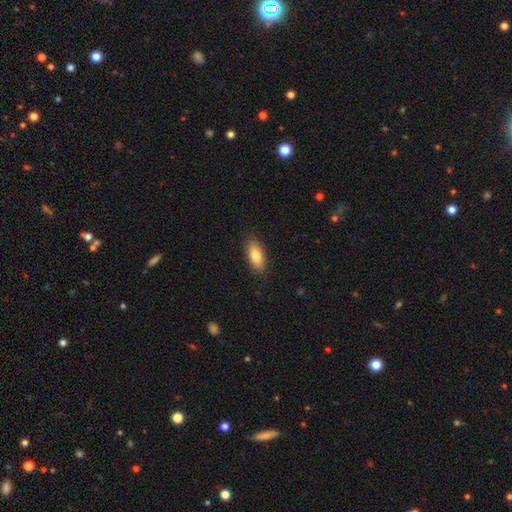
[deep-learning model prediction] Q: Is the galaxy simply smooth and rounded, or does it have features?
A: smooth — 81%.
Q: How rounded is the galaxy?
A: in between — 86%.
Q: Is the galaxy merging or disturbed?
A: none — 87%.